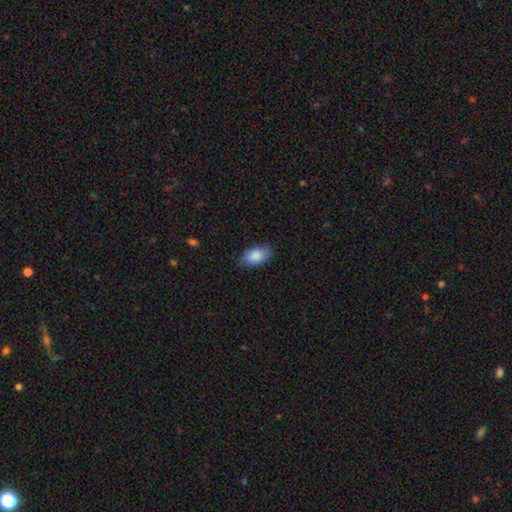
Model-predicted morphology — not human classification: Smooth or featured? Predicted: smooth (p=0.86). How rounded? Predicted: in between (p=0.93). Merging? Predicted: none (p=0.81).